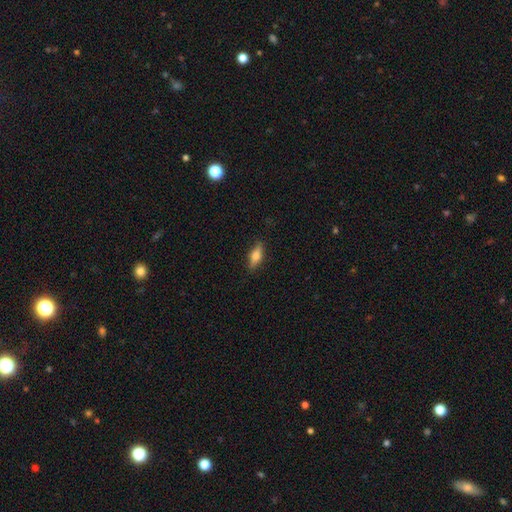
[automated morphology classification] type=smooth (64%); roundness=in between (63%); merging=none (85%).